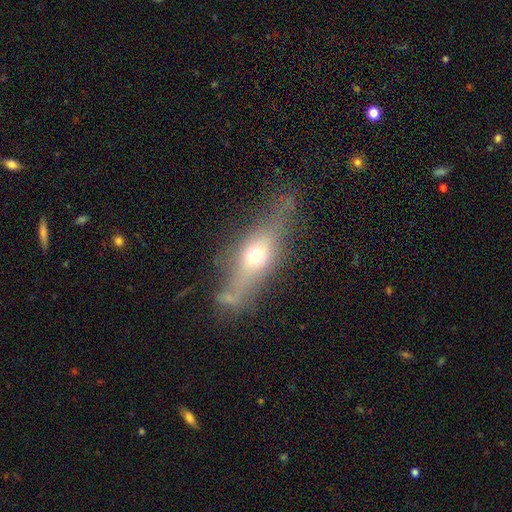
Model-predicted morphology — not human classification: Smooth or featured: featured or disk — 48% (smooth — 41%)
Merging: none — 51% (minor disturbance — 21%)